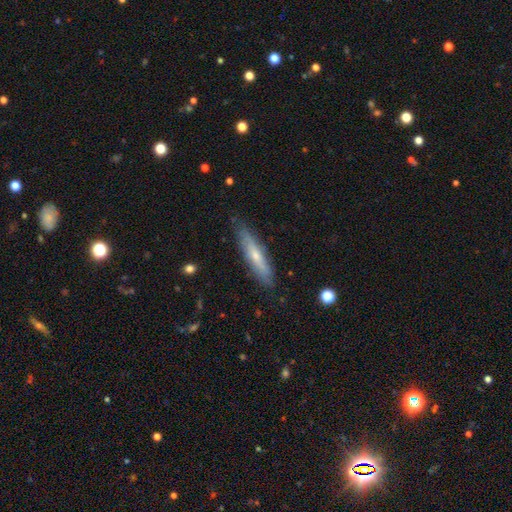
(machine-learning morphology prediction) Smooth or featured? Predicted: smooth (p=0.47, tied with featured or disk). Merging? Predicted: none (p=0.81).